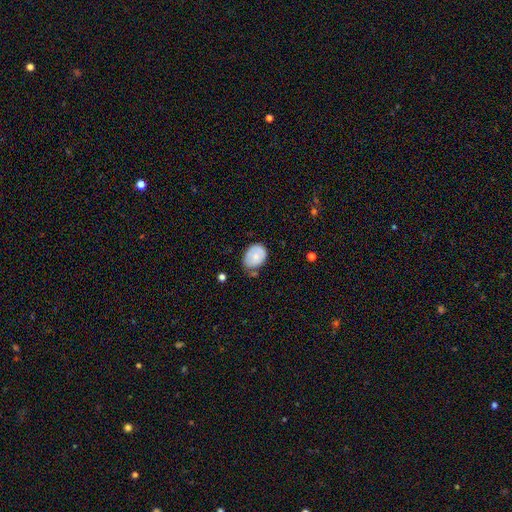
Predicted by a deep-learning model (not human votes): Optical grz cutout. It shows a smooth galaxy with no disk features (68%) that is in between round and cigar-shaped (71%). Merging: none (56%).